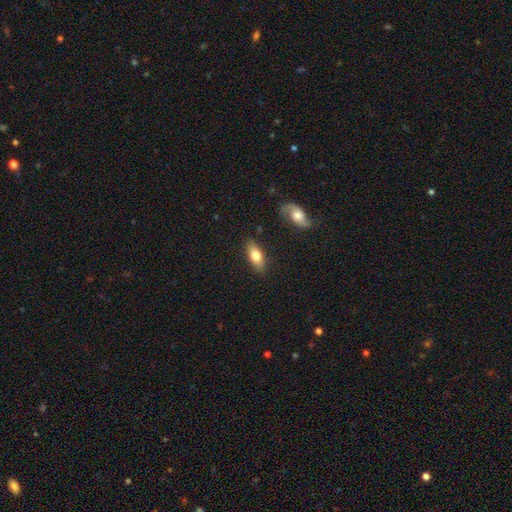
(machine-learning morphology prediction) Q: Smooth or featured?
A: smooth (70%); runner-up: featured or disk (24%)
Q: How rounded?
A: in between (79%); runner-up: cigar-shaped (18%)
Q: Merging?
A: none (85%); runner-up: minor disturbance (11%)